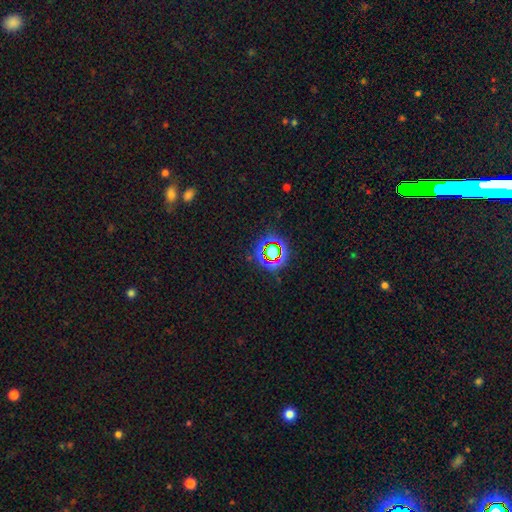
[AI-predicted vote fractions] Overall: star or artifact (70%).